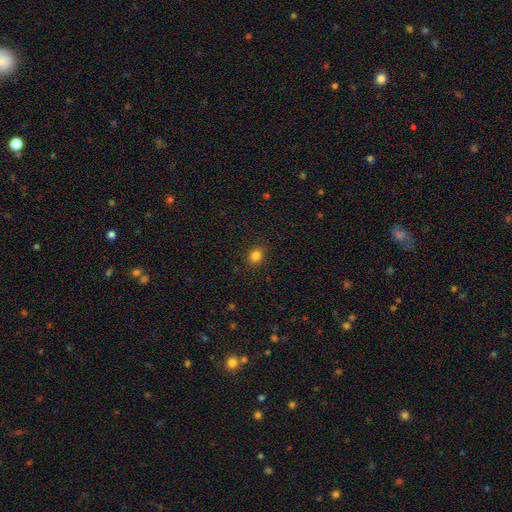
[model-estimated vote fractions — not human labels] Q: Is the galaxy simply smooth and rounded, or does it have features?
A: smooth — 83%.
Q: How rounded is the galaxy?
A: round — 67%.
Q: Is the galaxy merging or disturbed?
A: none — 88%.